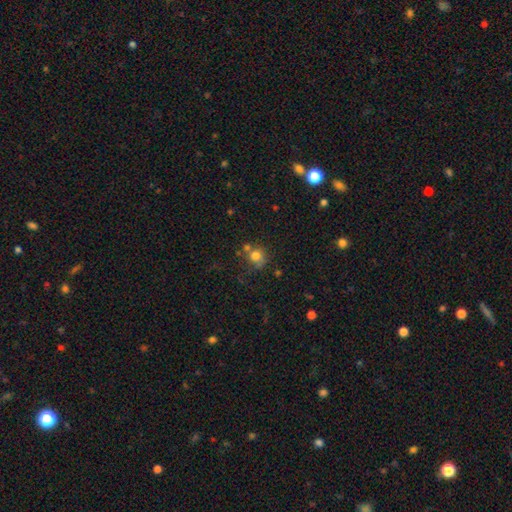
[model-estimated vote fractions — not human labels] Smooth or featured?
  - smooth: 75% *
  - star or artifact: 13%
  - featured or disk: 12%
How rounded?
  - round: 83% *
  - in between: 16%
  - cigar-shaped: 1%
Merging?
  - none: 53% *
  - merger: 20%
  - minor disturbance: 18%
  - major disturbance: 9%